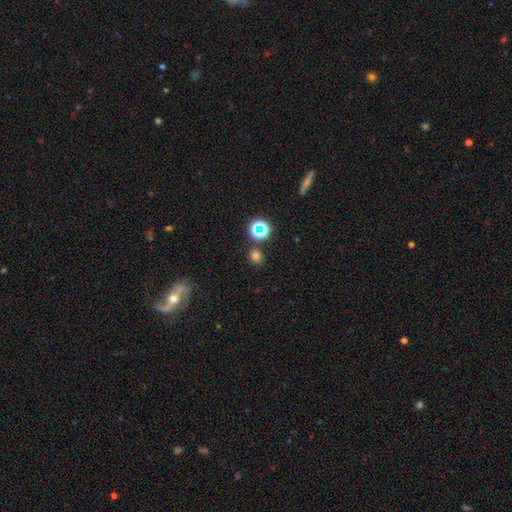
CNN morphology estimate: Smooth or featured? Predicted: smooth (p=0.71). How rounded? Predicted: round (p=0.72). Merging? Predicted: none (p=0.83).